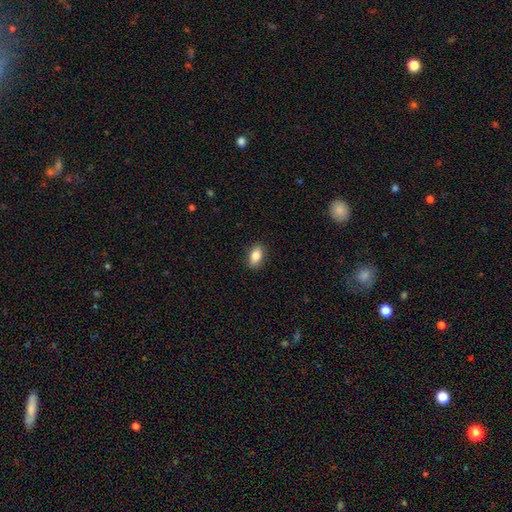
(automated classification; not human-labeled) Smooth or featured? Predicted: smooth (p=0.84). How rounded? Predicted: in between (p=0.88). Merging? Predicted: none (p=0.88).